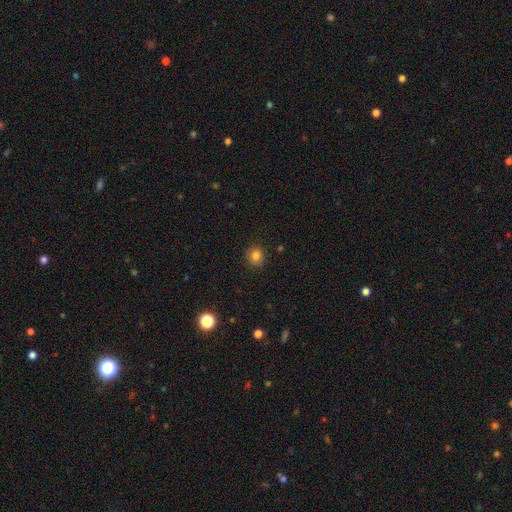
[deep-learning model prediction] This appears to be a smooth galaxy with no disk features (81%) that is round (83%). Merging: none (89%).